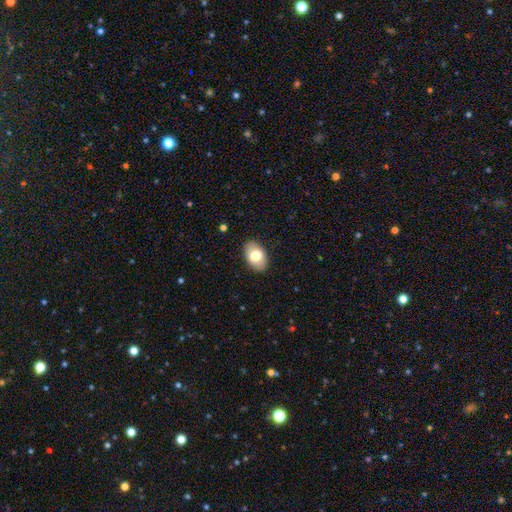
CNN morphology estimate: Smooth or featured?
  - smooth: 76% *
  - featured or disk: 17%
  - star or artifact: 7%
How rounded?
  - in between: 90% *
  - round: 9%
  - cigar-shaped: 1%
Merging?
  - none: 89% *
  - minor disturbance: 9%
  - major disturbance: 2%
  - merger: 1%